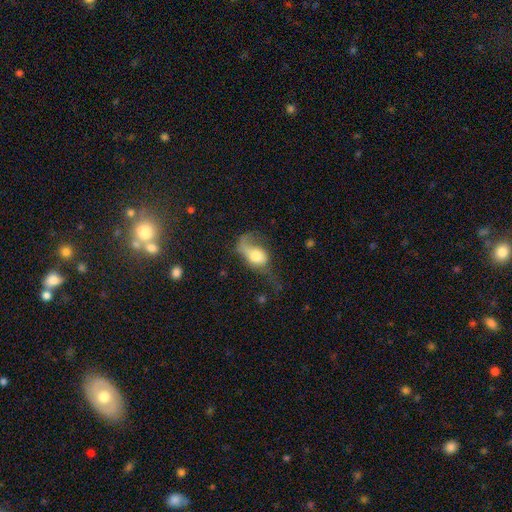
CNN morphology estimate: This is possibly a smooth galaxy (55%). How rounded: likely in between (75%). Merging: possibly major disturbance (55%).